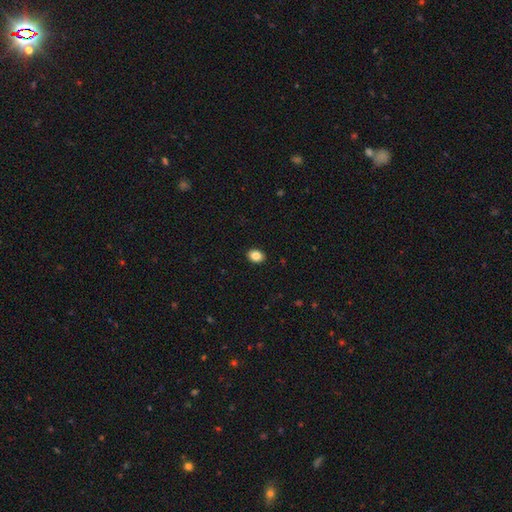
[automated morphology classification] Smooth or featured? smooth (85%)
How rounded? in between (64%)
Merging? none (91%)